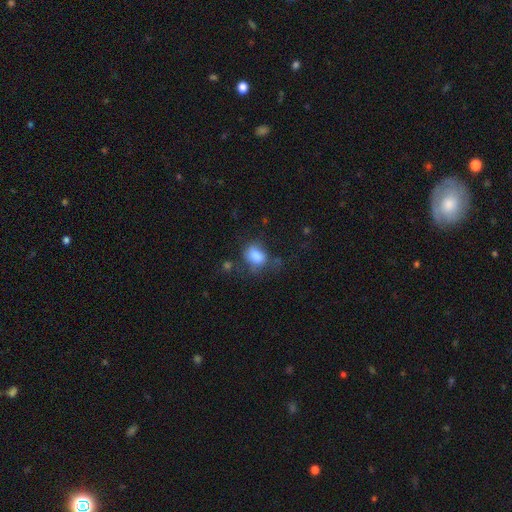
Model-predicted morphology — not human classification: Smooth or featured?
  - smooth: 78% *
  - featured or disk: 12%
  - star or artifact: 10%
How rounded?
  - in between: 67% *
  - round: 32%
  - cigar-shaped: 1%
Merging?
  - none: 42% *
  - minor disturbance: 29%
  - major disturbance: 22%
  - merger: 8%